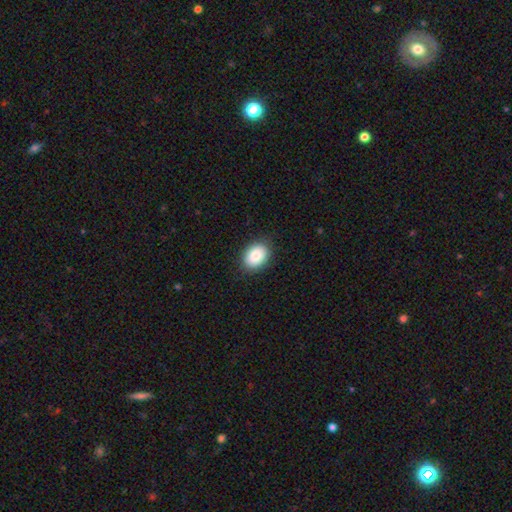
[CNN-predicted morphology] Overall: smooth (87%). How rounded: in between (72%). Merging: none (87%).